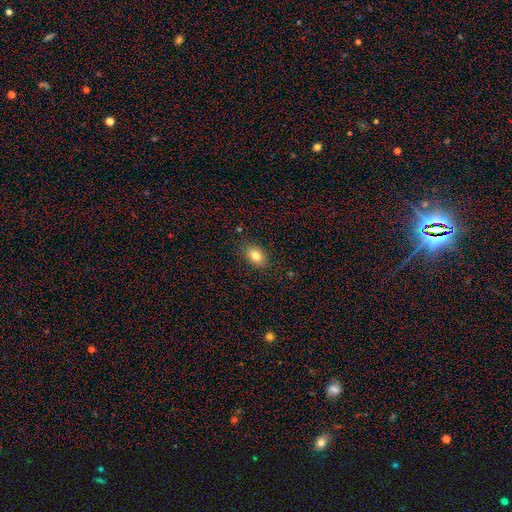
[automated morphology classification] Smooth or featured? Predicted: smooth (p=0.81). How rounded? Predicted: in between (p=0.80). Merging? Predicted: none (p=0.86).